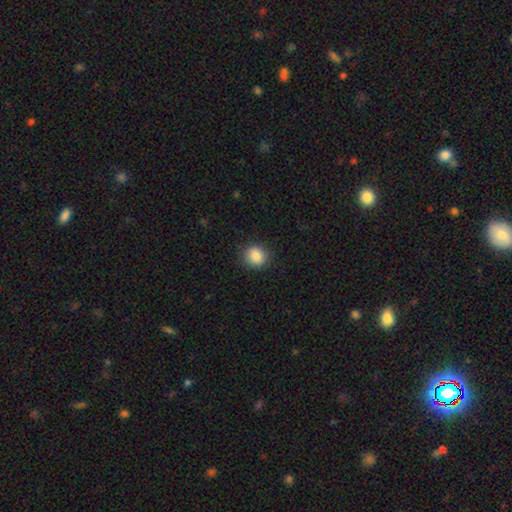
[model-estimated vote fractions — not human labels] Smooth or featured: smooth — 86% (star or artifact — 9%)
How rounded: round — 81% (in between — 18%)
Merging: none — 87% (minor disturbance — 9%)